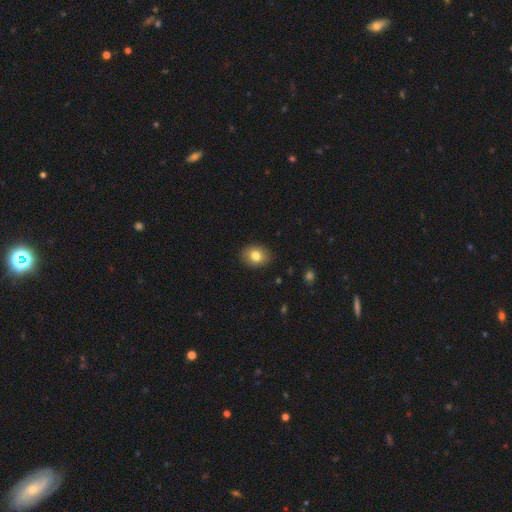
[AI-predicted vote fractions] smooth 80%, featured or disk 10%, star or artifact 9%. Down the decision tree: how rounded — round (51%); merging — none (88%).